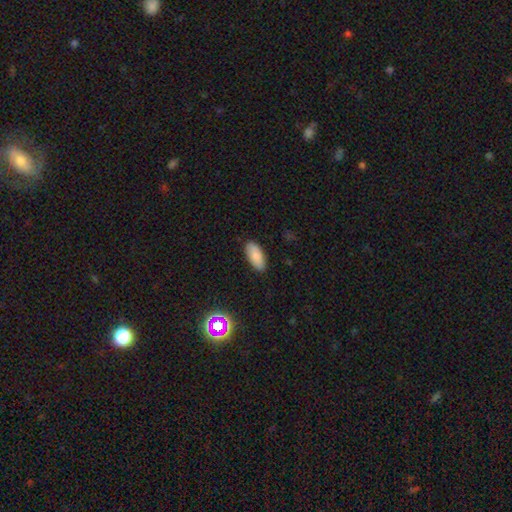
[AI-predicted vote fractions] smooth-or-featured: smooth: 85% | star or artifact: 8% | featured or disk: 7%
  how-rounded: in between: 88% | cigar-shaped: 10% | round: 2%
  merging: none: 88% | minor disturbance: 9% | major disturbance: 2% | merger: 1%